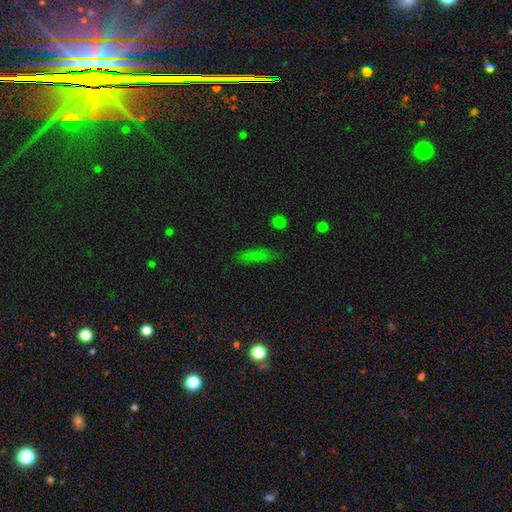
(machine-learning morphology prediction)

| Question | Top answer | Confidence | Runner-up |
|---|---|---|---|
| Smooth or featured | smooth | 68% | star or artifact (19%) |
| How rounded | cigar-shaped | 63% | in between (32%) |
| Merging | none | 78% | minor disturbance (15%) |